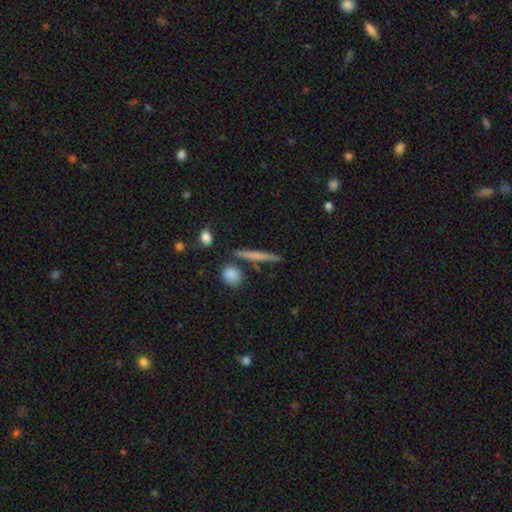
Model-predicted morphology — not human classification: Smooth or featured? smooth (59%)
How rounded? cigar-shaped (89%)
Merging? none (83%)